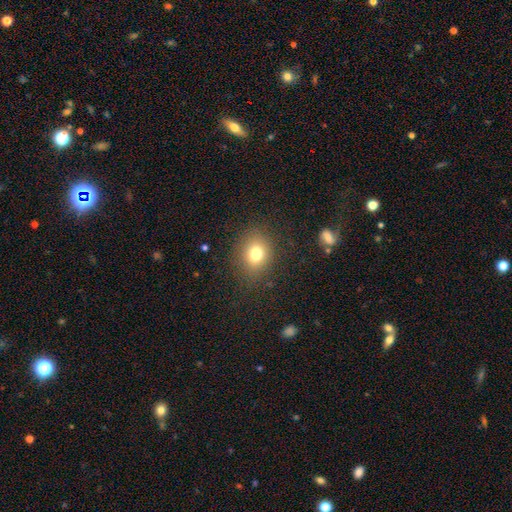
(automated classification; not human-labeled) Smooth or featured: smooth — 76% (star or artifact — 13%)
How rounded: in between — 50% (round — 48%)
Merging: none — 80% (minor disturbance — 12%)